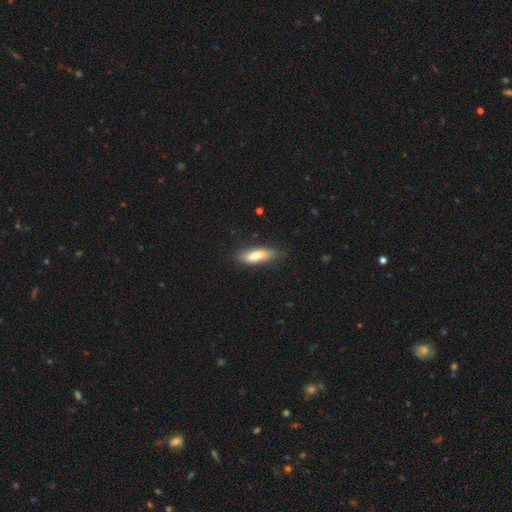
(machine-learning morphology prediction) Smooth or featured?
  - smooth: 77% *
  - featured or disk: 16%
  - star or artifact: 6%
How rounded?
  - in between: 56% *
  - cigar-shaped: 42%
  - round: 2%
Merging?
  - none: 68% *
  - minor disturbance: 24%
  - major disturbance: 6%
  - merger: 2%